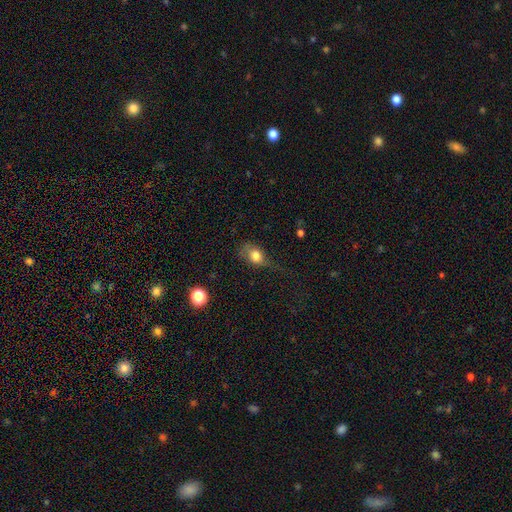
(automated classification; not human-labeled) Smooth or featured?
  - smooth: 74% *
  - featured or disk: 16%
  - star or artifact: 10%
How rounded?
  - in between: 65% *
  - round: 33%
  - cigar-shaped: 3%
Merging?
  - none: 35% *
  - major disturbance: 31%
  - minor disturbance: 30%
  - merger: 3%